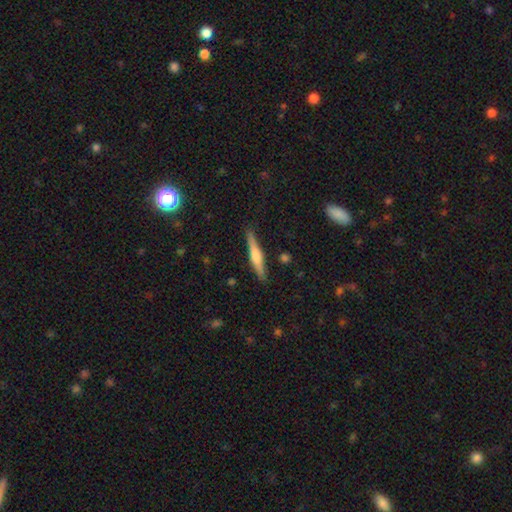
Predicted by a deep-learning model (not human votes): A featured or disk galaxy (49%).

Vote fractions:
- Smooth or featured? featured or disk: 49% / smooth: 45% / star or artifact: 6%
- Merging? none: 88% / minor disturbance: 9% / major disturbance: 2% / merger: 1%